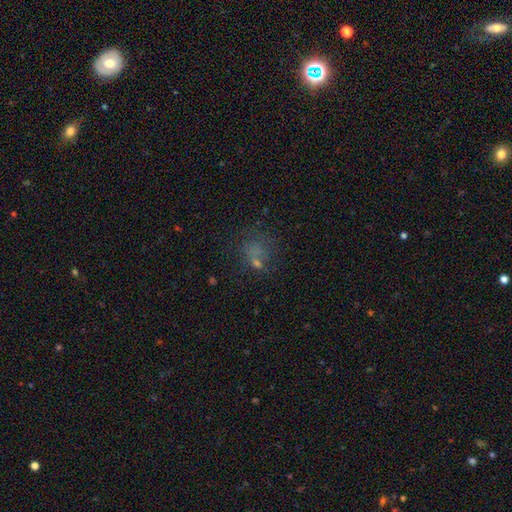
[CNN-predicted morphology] Smooth or featured? Predicted: smooth (p=0.50). Merging? Predicted: none (p=0.48).